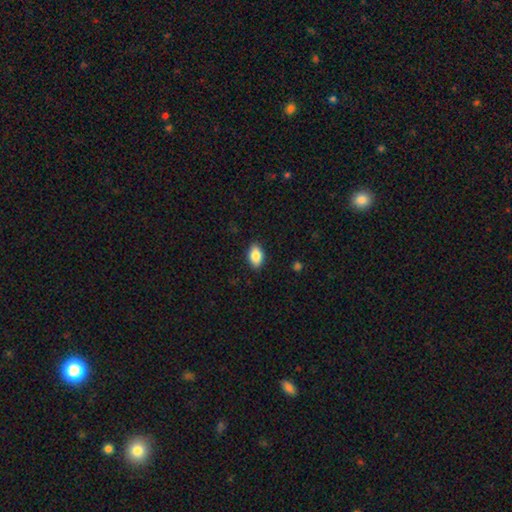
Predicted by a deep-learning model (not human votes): Smooth or featured? smooth (86%)
How rounded? in between (90%)
Merging? none (88%)